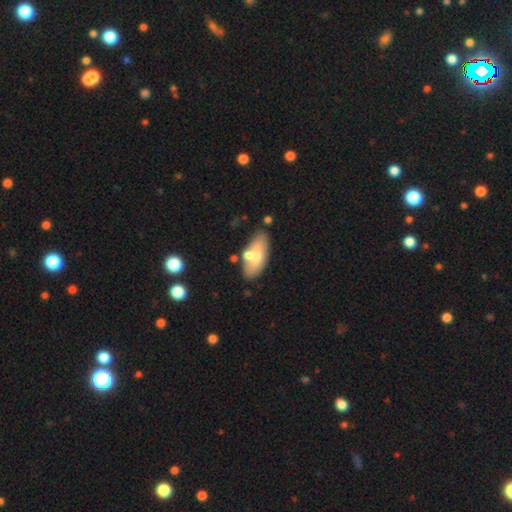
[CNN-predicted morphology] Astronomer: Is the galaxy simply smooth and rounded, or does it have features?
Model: smooth — 62%.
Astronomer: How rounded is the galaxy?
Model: in between — 87%.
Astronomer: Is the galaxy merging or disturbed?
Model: none — 65%.